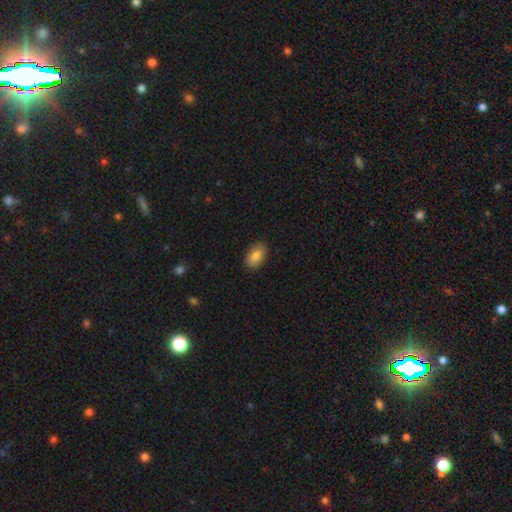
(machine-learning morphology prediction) Smooth or featured? Predicted: smooth (p=0.84). How rounded? Predicted: in between (p=0.90). Merging? Predicted: none (p=0.87).